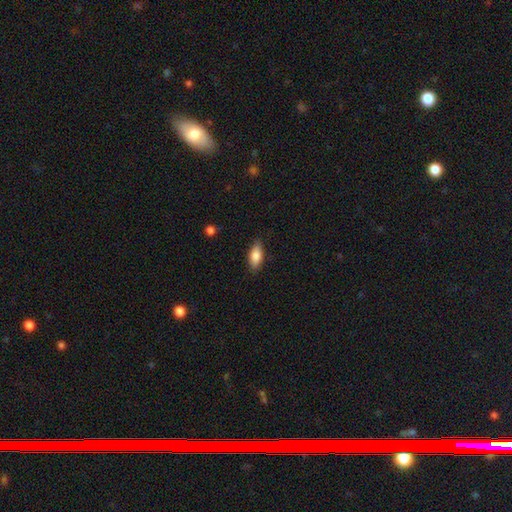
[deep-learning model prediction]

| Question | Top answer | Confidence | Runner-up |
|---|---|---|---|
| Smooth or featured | smooth | 83% | featured or disk (11%) |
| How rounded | in between | 81% | cigar-shaped (16%) |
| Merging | none | 85% | minor disturbance (12%) |